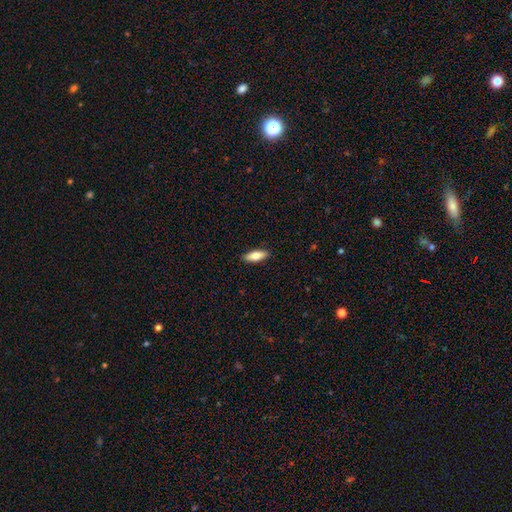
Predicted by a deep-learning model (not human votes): Smooth or featured? smooth (76%)
How rounded? in between (65%)
Merging? none (90%)